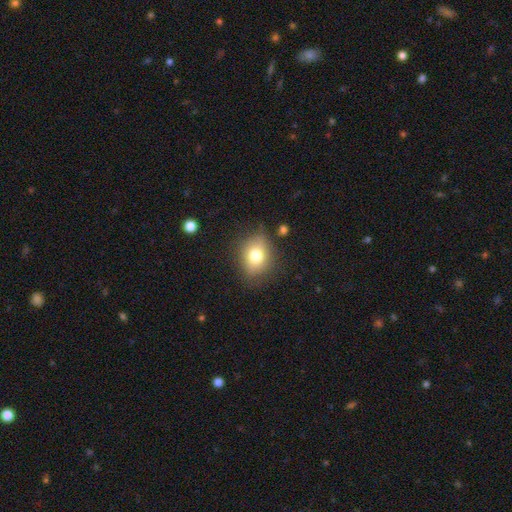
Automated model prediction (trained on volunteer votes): The model was most divided on "how rounded": in between: 51%, round: 48%, cigar-shaped: 1%. More confident: merging — none (77%); smooth or featured — smooth (75%).